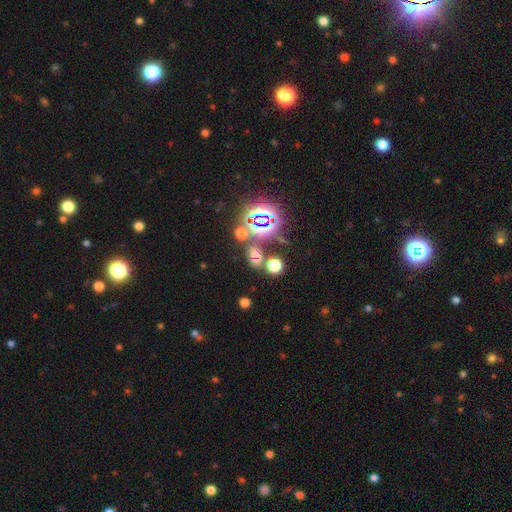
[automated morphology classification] This is possibly a star or artifact rather than a galaxy (45%).